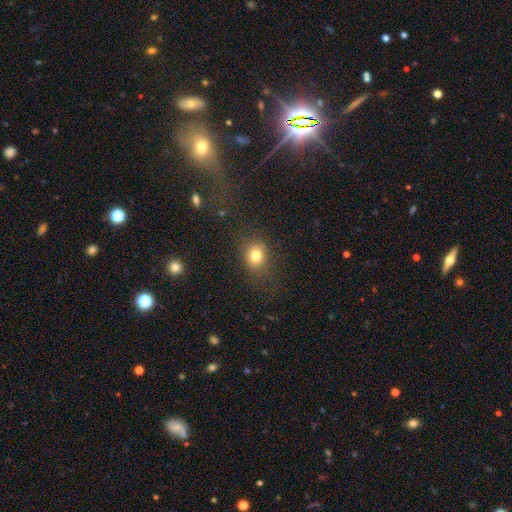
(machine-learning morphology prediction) type=smooth (78%); roundness=round (59%); merging=none (78%).